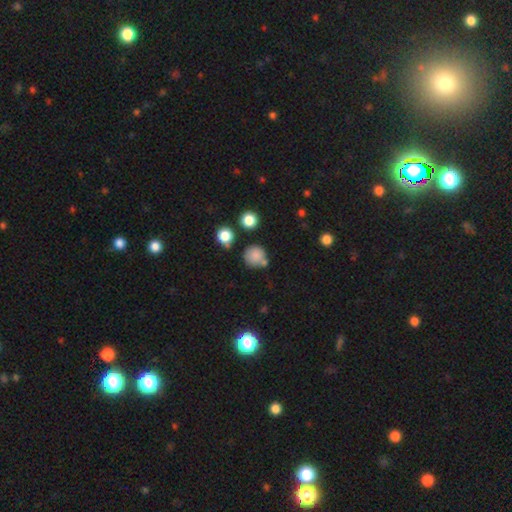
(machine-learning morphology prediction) A smooth galaxy with no disk features (81%) that is round (91%). Merging: none (67%).